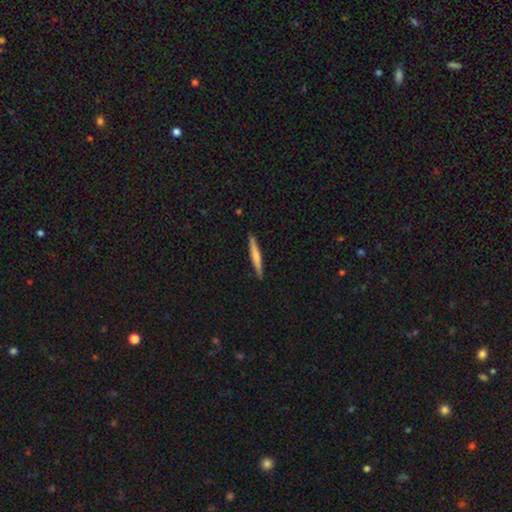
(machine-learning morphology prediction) Q: Smooth or featured?
A: smooth (56%); runner-up: featured or disk (38%)
Q: How rounded?
A: cigar-shaped (95%); runner-up: in between (4%)
Q: Merging?
A: none (90%); runner-up: minor disturbance (7%)